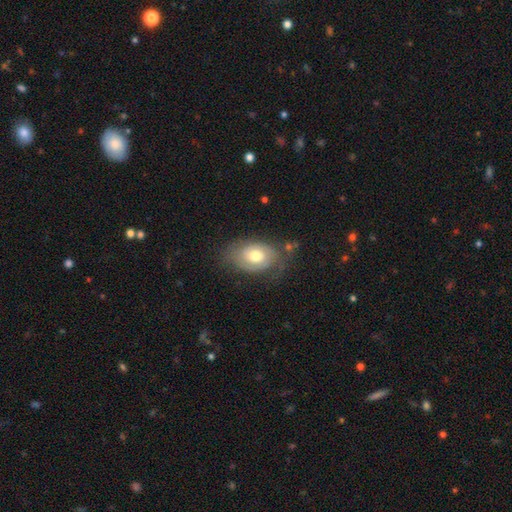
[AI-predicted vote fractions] Overall: featured or disk (52%; smooth 40%). Edge-on disk: no (94%). Merging: none (62%; minor disturbance 24%).